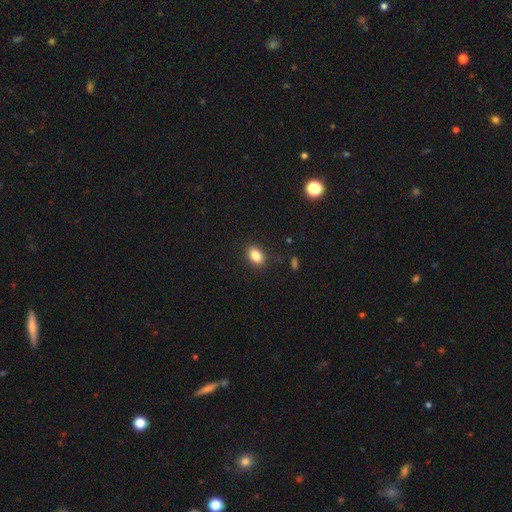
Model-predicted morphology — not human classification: Overall: smooth (84%). How rounded: in between (82%). Merging: none (87%).